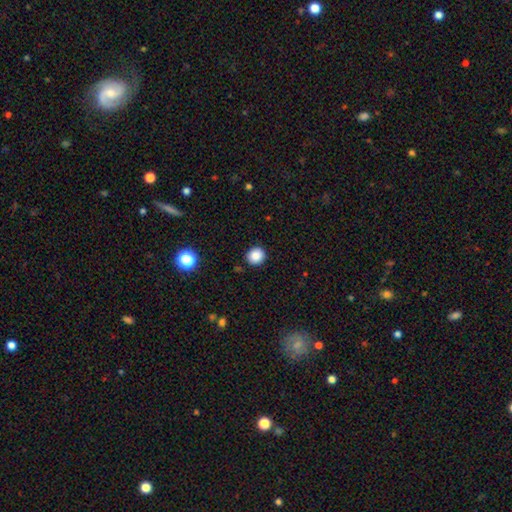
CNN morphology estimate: type=smooth (86%); roundness=round (89%); merging=none (91%).